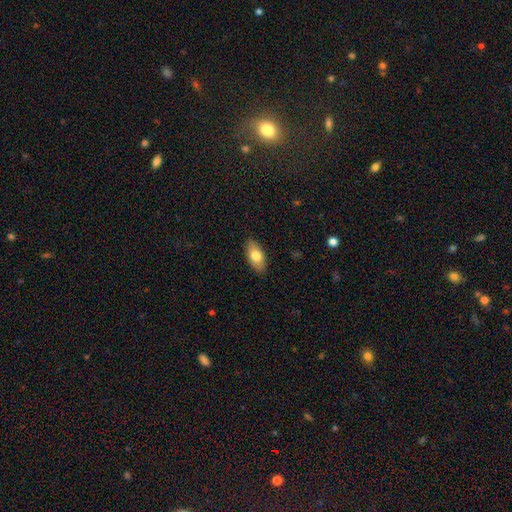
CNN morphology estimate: Overall: smooth (77%). How rounded: in between (92%). Merging: none (87%).